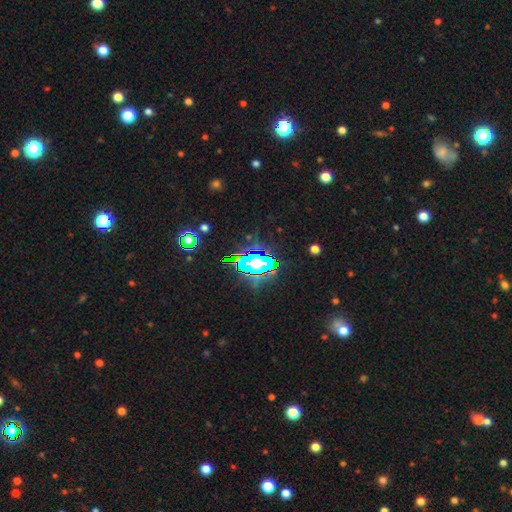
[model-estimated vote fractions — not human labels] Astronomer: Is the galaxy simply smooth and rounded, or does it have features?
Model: star or artifact — 82%.